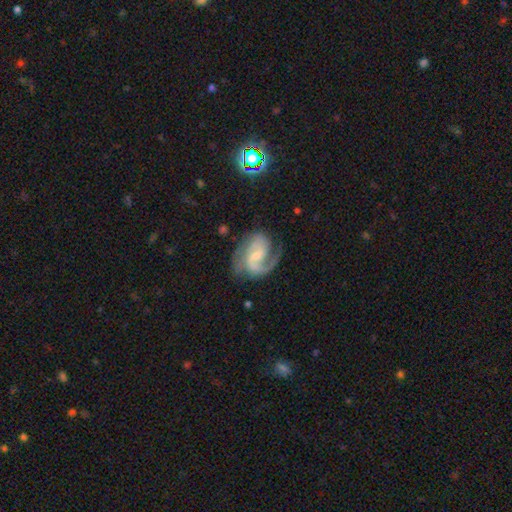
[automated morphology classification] Smooth or featured: featured or disk — 89% (smooth — 6%)
Edge-on disk: no — 98% (yes — 2%)
Bar: weak — 54% (no — 27%)
Spiral arms: yes — 98% (no — 2%)
Spiral winding: medium — 54% (tight — 29%)
Spiral arm count: 2 — 74% (1 — 13%)
Bulge size: small — 53% (moderate — 31%)
Merging: none — 68% (minor disturbance — 19%)